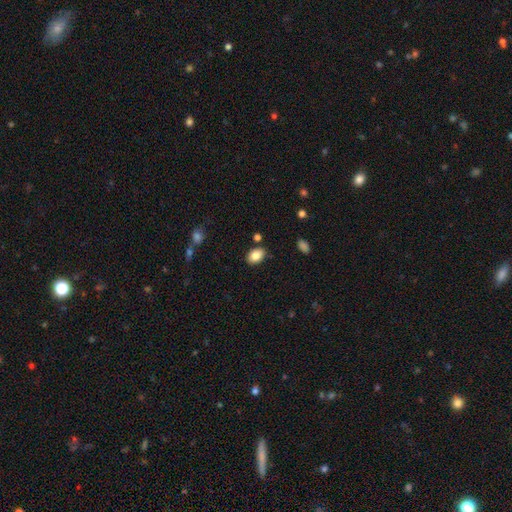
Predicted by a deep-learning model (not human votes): Overall: smooth (84%). How rounded: in between (85%). Merging: none (84%).